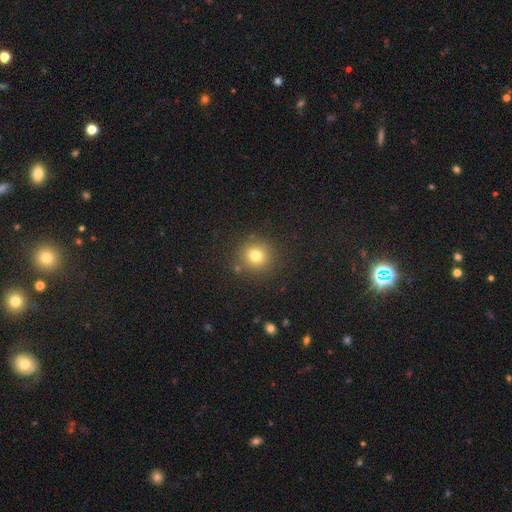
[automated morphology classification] smooth-or-featured: smooth: 76% | star or artifact: 15% | featured or disk: 9%
  how-rounded: round: 89% | in between: 10% | cigar-shaped: 1%
  merging: none: 86% | minor disturbance: 8% | major disturbance: 3% | merger: 3%